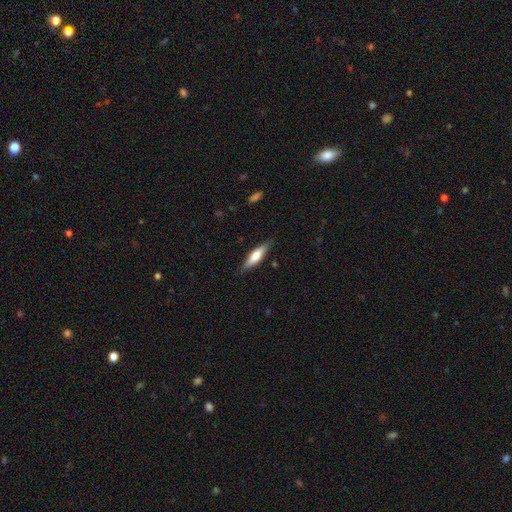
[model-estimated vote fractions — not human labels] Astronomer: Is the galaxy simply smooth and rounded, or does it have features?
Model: smooth — 56% (runner-up: featured or disk, 39%).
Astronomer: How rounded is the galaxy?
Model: cigar-shaped — 73%.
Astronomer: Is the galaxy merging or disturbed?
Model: none — 85%.